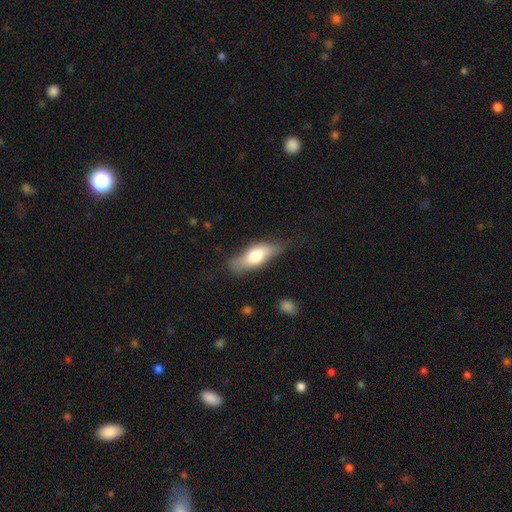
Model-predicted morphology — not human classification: type=smooth (65%); roundness=in between (73%); merging=none (61%).